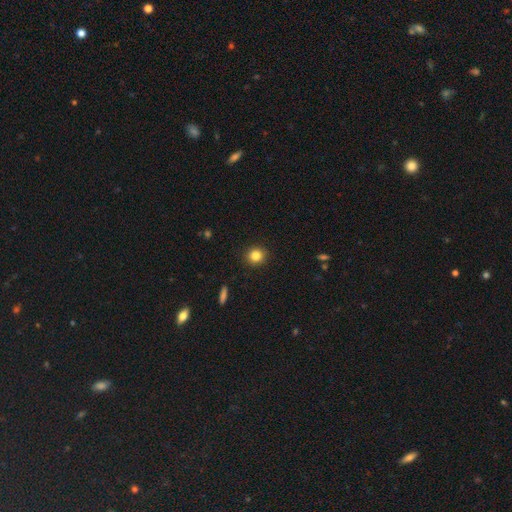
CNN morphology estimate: smooth_or_featured: smooth (p=0.84) [alt: star or artifact p=0.11]
how_rounded: round (p=0.89) [alt: in between p=0.10]
merging: none (p=0.91) [alt: minor disturbance p=0.06]